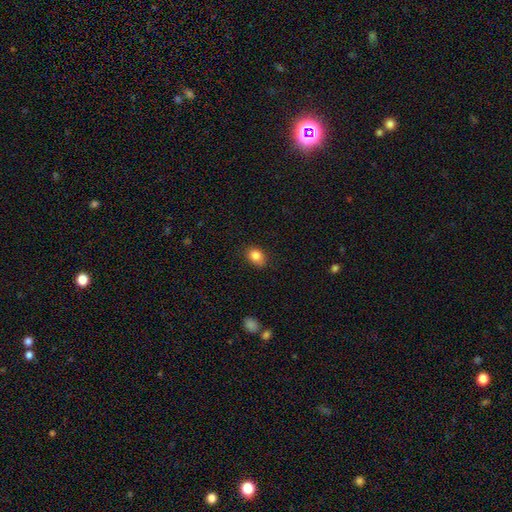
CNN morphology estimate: The model was most divided on "how rounded": in between: 61%, round: 38%, cigar-shaped: 1%. More confident: smooth or featured — smooth (85%); merging — none (80%).